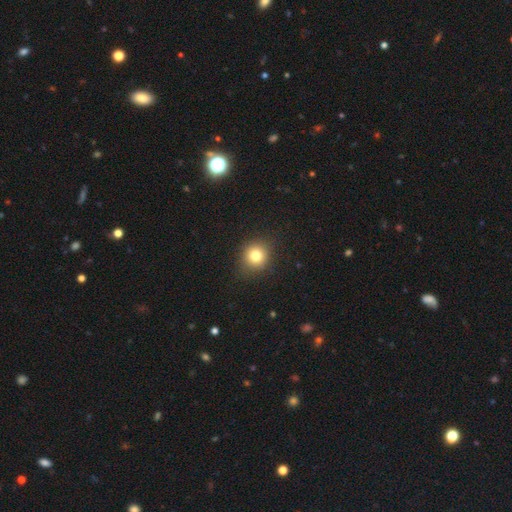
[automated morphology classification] smooth_or_featured: smooth (p=0.80) [alt: star or artifact p=0.13]
how_rounded: round (p=0.84) [alt: in between p=0.15]
merging: none (p=0.88) [alt: minor disturbance p=0.08]